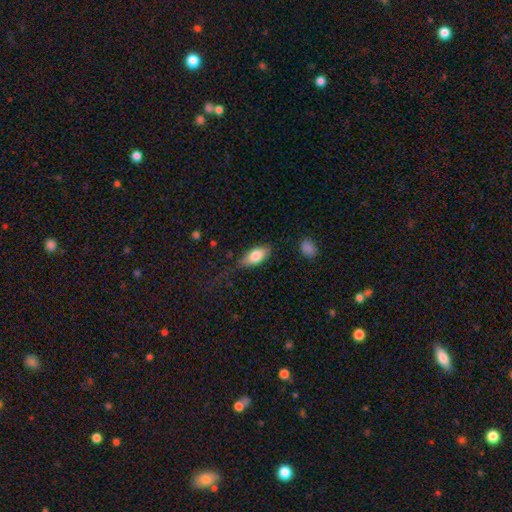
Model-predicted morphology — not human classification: This is likely a smooth galaxy (79%). How rounded: clearly in between (87%). Merging: likely none (61%).